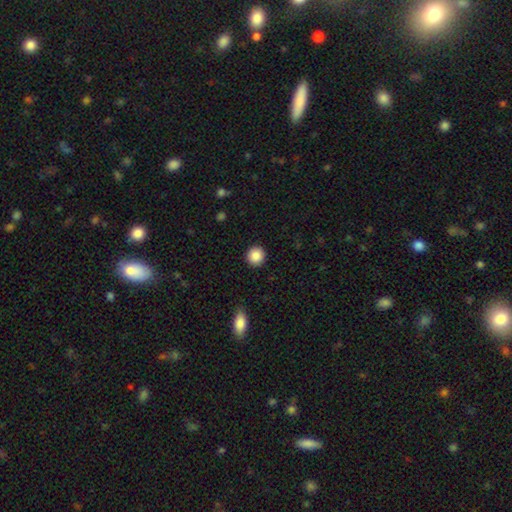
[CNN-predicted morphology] smooth-or-featured: smooth: 88% | star or artifact: 9% | featured or disk: 3%
  how-rounded: round: 93% | in between: 6% | cigar-shaped: 1%
  merging: none: 92% | minor disturbance: 5% | major disturbance: 2% | merger: 1%